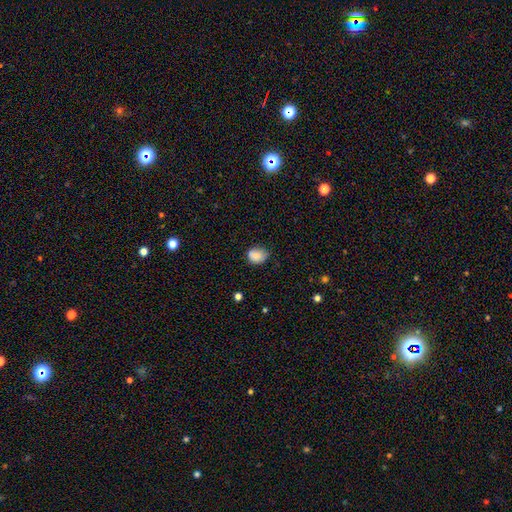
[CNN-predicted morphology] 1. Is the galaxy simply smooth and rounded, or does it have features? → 84% smooth, 9% star or artifact, 7% featured or disk.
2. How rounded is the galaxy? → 52% round, 47% in between, 1% cigar-shaped.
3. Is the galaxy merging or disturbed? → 61% none, 32% minor disturbance, 5% major disturbance, 2% merger.